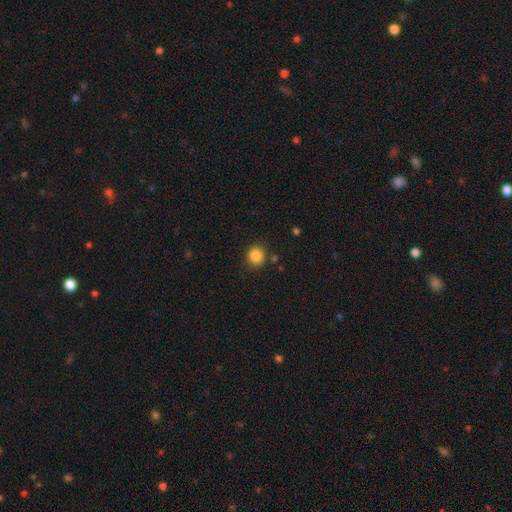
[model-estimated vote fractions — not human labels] smooth_or_featured: smooth (p=0.85) [alt: star or artifact p=0.11]
how_rounded: round (p=0.85) [alt: in between p=0.14]
merging: none (p=0.84) [alt: minor disturbance p=0.09]